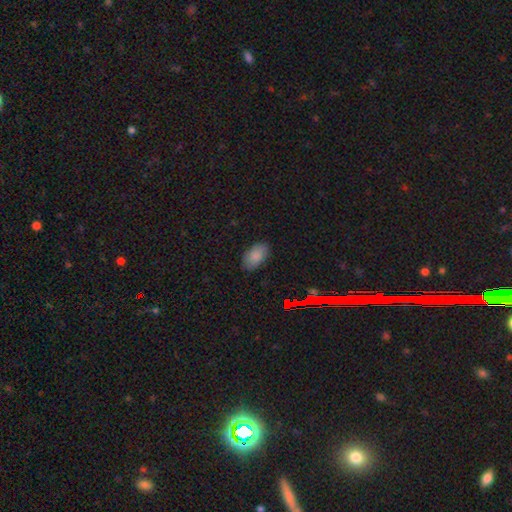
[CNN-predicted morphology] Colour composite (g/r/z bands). It shows a smooth galaxy with no disk features (84%) that is in between round and cigar-shaped (94%). Merging: none (85%).